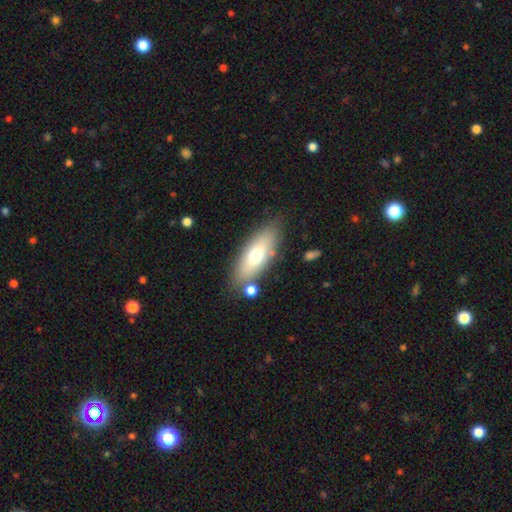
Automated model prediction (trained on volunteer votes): A smooth galaxy with no disk features (64%) that is in between round and cigar-shaped (66%).

Vote fractions:
- Smooth or featured? smooth: 64% / featured or disk: 29% / star or artifact: 7%
- How rounded? in between: 66% / cigar-shaped: 31% / round: 3%
- Merging? none: 79% / minor disturbance: 12% / merger: 6% / major disturbance: 3%